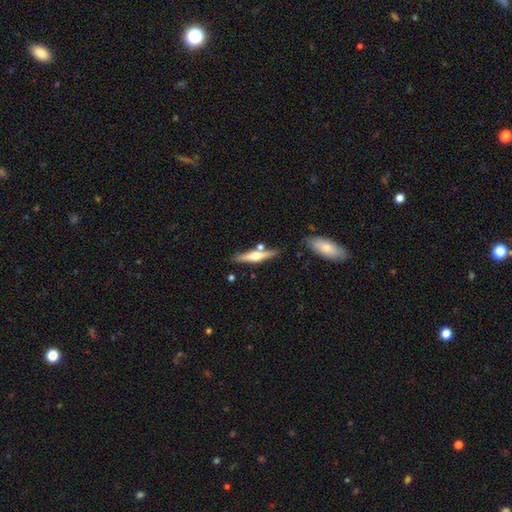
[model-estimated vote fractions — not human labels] featured or disk 59%, smooth 36%, star or artifact 6%. Down the decision tree: edge-on disk — yes (95%); edge-on bulge — rounded (92%); merging — none (76%).